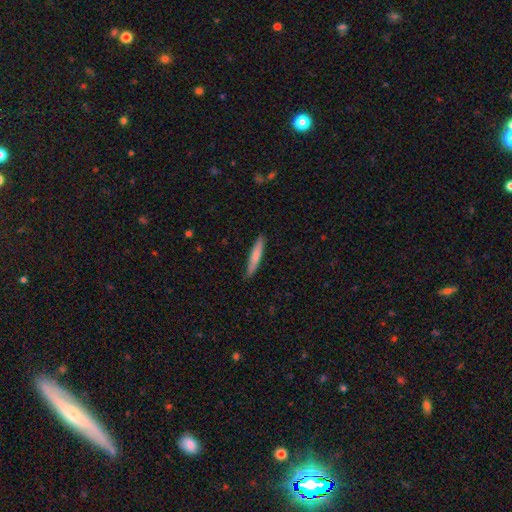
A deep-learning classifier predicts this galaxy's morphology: Smooth or featured: smooth — 72% (featured or disk — 22%)
How rounded: cigar-shaped — 92% (in between — 7%)
Merging: none — 87% (minor disturbance — 10%)